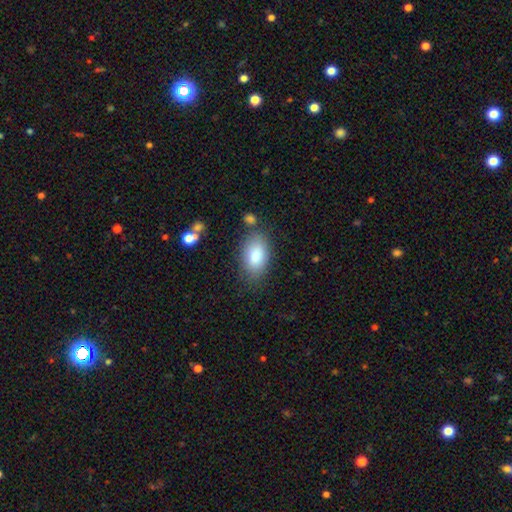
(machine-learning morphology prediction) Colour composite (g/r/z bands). It shows a smooth galaxy with no disk features (86%) that is in between round and cigar-shaped (93%). Merging: none (74%).